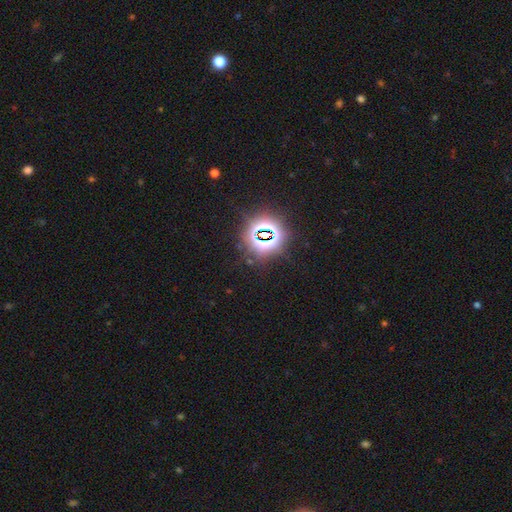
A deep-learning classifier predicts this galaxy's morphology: smooth_or_featured: star or artifact (p=0.83) [alt: smooth p=0.10]